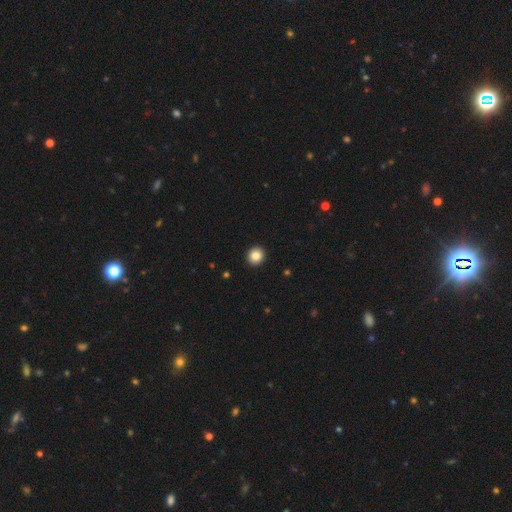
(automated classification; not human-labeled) This appears to be a smooth galaxy with no disk features (86%) that is round (91%). Merging: none (94%).